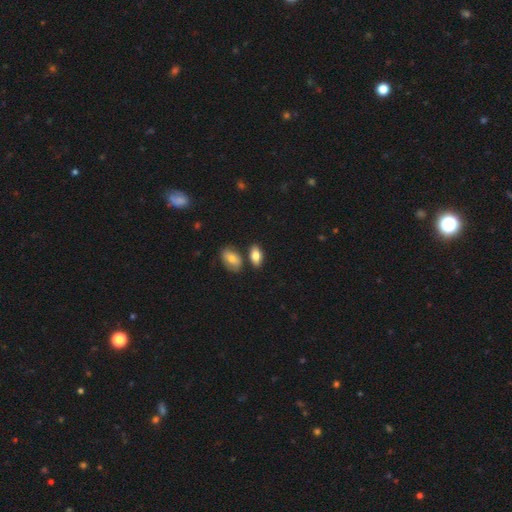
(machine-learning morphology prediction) A smooth galaxy with no disk features (80%) that is in between round and cigar-shaped (89%).

Vote fractions:
- Smooth or featured? smooth: 80% / featured or disk: 13% / star or artifact: 7%
- How rounded? in between: 89% / cigar-shaped: 6% / round: 5%
- Merging? none: 72% / merger: 13% / minor disturbance: 12% / major disturbance: 3%